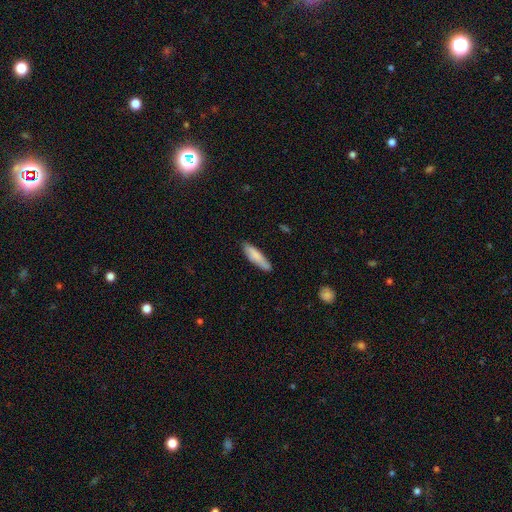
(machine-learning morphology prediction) smooth-or-featured: smooth: 81% | featured or disk: 13% | star or artifact: 6%
  how-rounded: cigar-shaped: 69% | in between: 30% | round: 1%
  merging: none: 81% | minor disturbance: 15% | major disturbance: 2% | merger: 1%